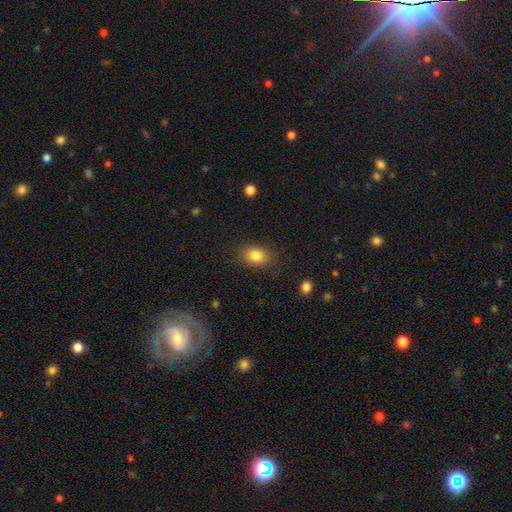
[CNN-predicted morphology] smooth_or_featured: smooth (p=0.84) [alt: star or artifact p=0.09]
how_rounded: in between (p=0.71) [alt: round p=0.28]
merging: none (p=0.83) [alt: minor disturbance p=0.12]